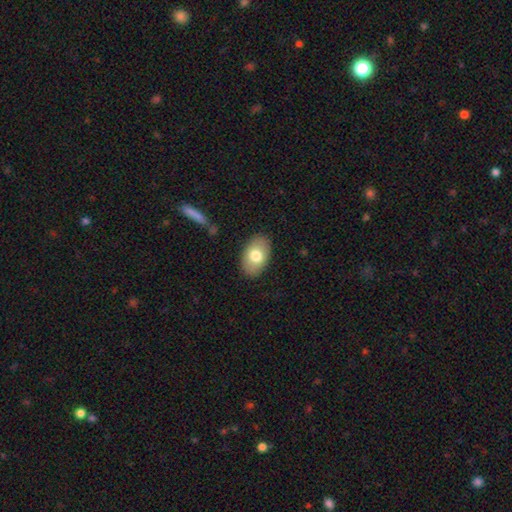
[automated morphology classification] Smooth or featured? smooth (75%)
How rounded? in between (91%)
Merging? none (86%)